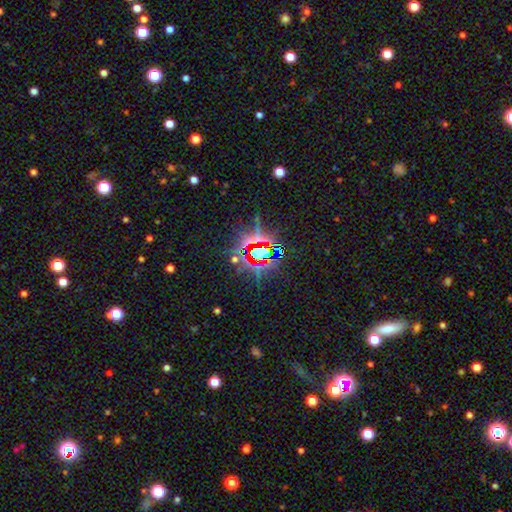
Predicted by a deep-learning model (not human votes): star or artifact 79%, smooth 10%, featured or disk 10%.